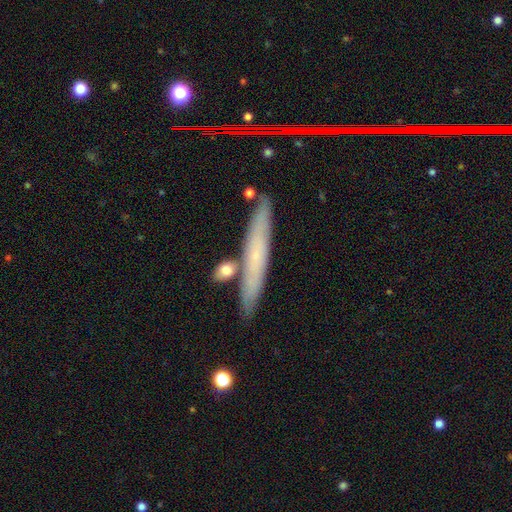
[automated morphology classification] Q: Smooth or featured?
A: smooth (49%); runner-up: featured or disk (42%)
Q: Merging?
A: none (83%); runner-up: minor disturbance (10%)